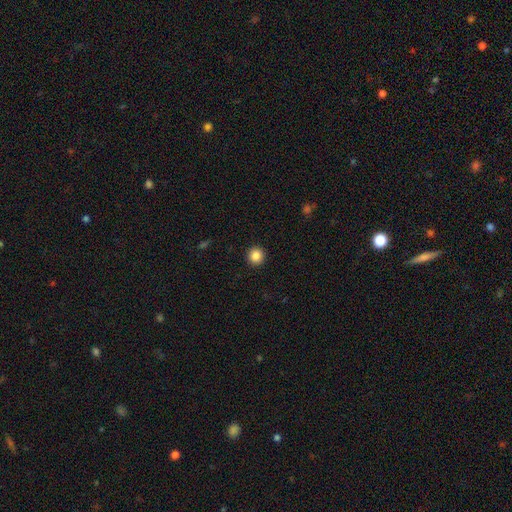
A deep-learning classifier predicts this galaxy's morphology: A smooth galaxy with no disk features (86%) that is round (95%). Merging: none (93%).